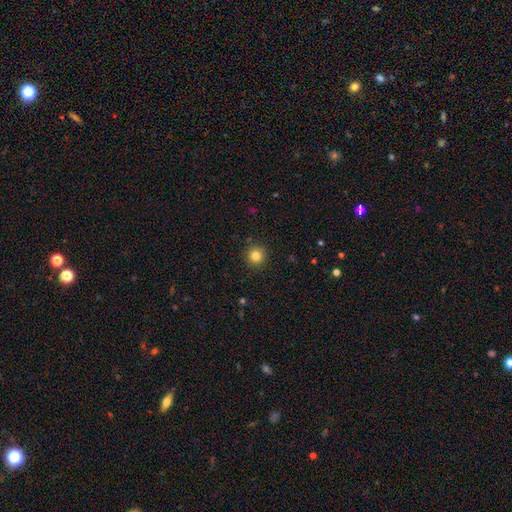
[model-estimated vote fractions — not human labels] A smooth galaxy with no disk features (82%) that is round (94%).

Vote fractions:
- Smooth or featured? smooth: 82% / star or artifact: 12% / featured or disk: 6%
- How rounded? round: 94% / in between: 5% / cigar-shaped: 1%
- Merging? none: 91% / minor disturbance: 6% / major disturbance: 2% / merger: 1%